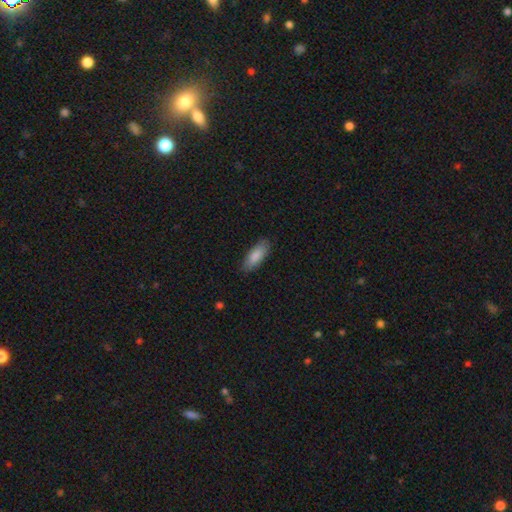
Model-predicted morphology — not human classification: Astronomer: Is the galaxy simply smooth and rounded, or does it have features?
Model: smooth — 86%.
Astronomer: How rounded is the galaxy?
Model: in between — 74%.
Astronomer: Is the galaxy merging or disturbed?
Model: none — 84%.